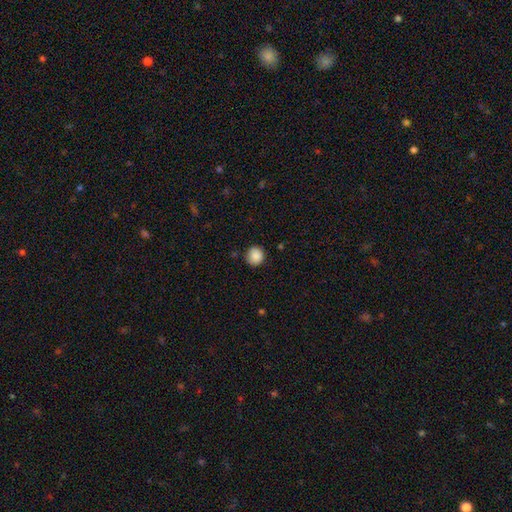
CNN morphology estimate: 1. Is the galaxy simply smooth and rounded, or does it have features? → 88% smooth, 9% star or artifact, 3% featured or disk.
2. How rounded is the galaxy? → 90% round, 9% in between, 1% cigar-shaped.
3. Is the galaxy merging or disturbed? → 86% none, 10% minor disturbance, 2% major disturbance, 1% merger.